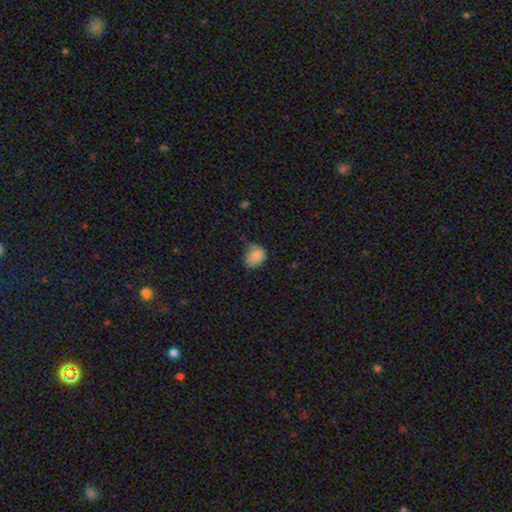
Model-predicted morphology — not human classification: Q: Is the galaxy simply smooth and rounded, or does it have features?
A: smooth — 84%.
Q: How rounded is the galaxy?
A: round — 53%.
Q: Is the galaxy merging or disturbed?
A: none — 52%.